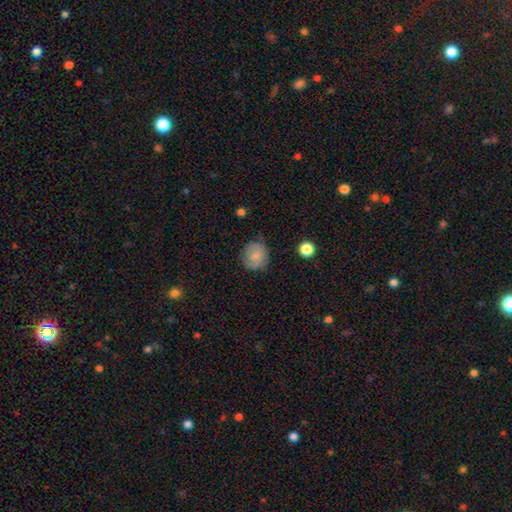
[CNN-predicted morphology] Smooth or featured?
  - smooth: 76% *
  - featured or disk: 15%
  - star or artifact: 8%
How rounded?
  - round: 75% *
  - in between: 24%
  - cigar-shaped: 1%
Merging?
  - none: 71% *
  - minor disturbance: 22%
  - major disturbance: 6%
  - merger: 1%